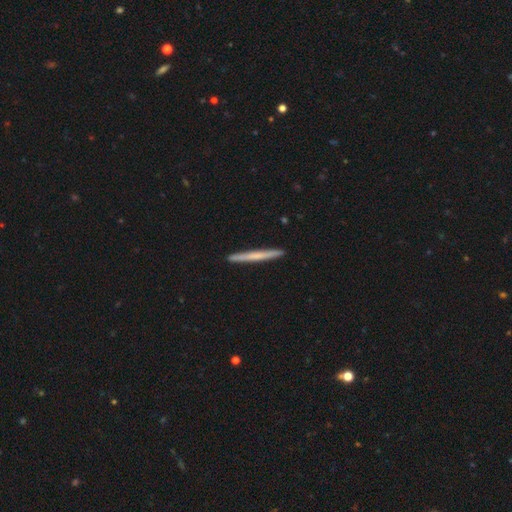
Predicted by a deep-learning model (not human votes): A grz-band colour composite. It shows a smooth galaxy with no disk features (52%) that is cigar-shaped (97%). Merging: none (92%).